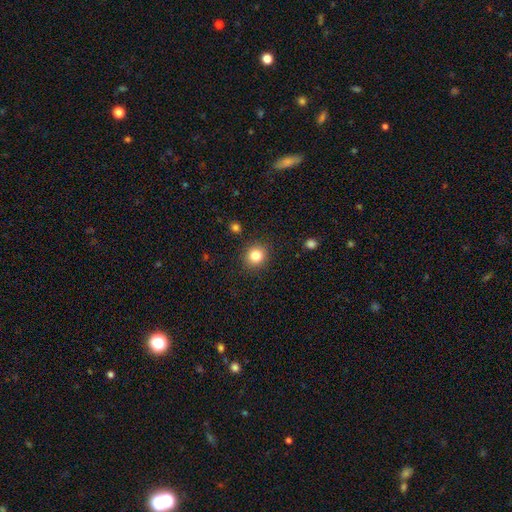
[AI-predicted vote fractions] Smooth or featured: smooth — 83% (star or artifact — 11%)
How rounded: round — 86% (in between — 13%)
Merging: none — 89% (minor disturbance — 7%)